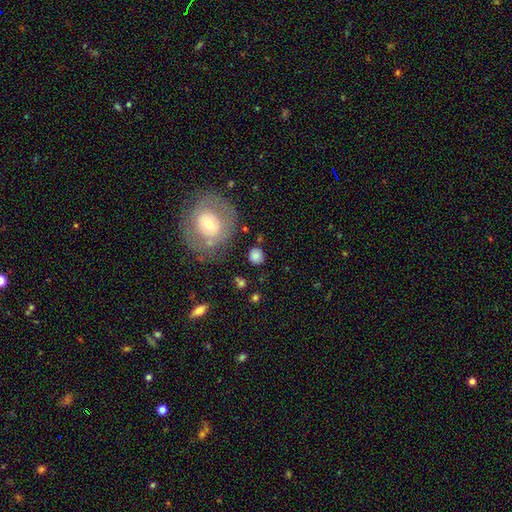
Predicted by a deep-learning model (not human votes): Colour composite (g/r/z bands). It shows a smooth galaxy with no disk features (81%) that is round (86%). Merging: none (82%).